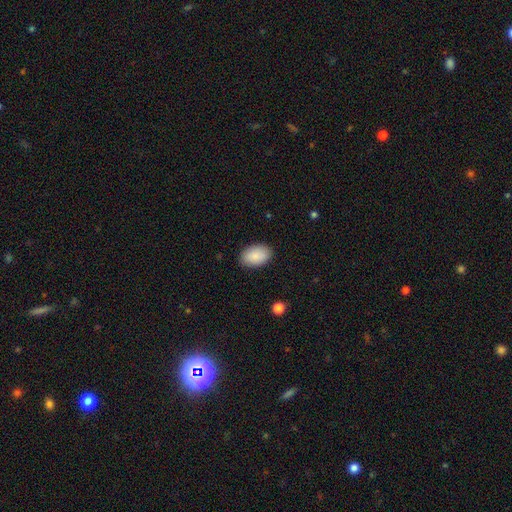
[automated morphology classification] This appears to be a smooth galaxy with no disk features (88%) that is in between round and cigar-shaped (91%). Merging: none (87%).